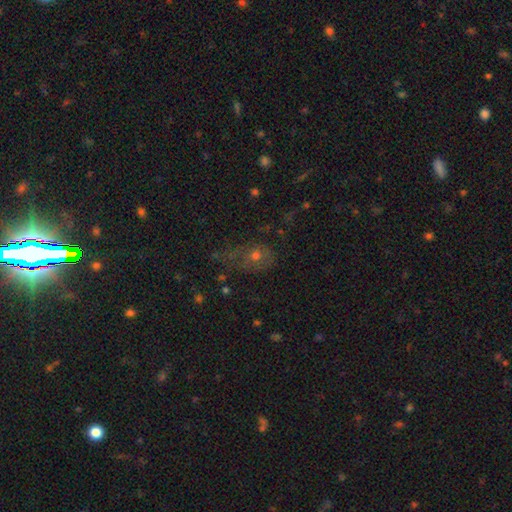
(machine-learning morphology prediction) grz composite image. It shows a smooth galaxy with no disk features (52%) that is in between round and cigar-shaped (50%). Merging: none (40%).